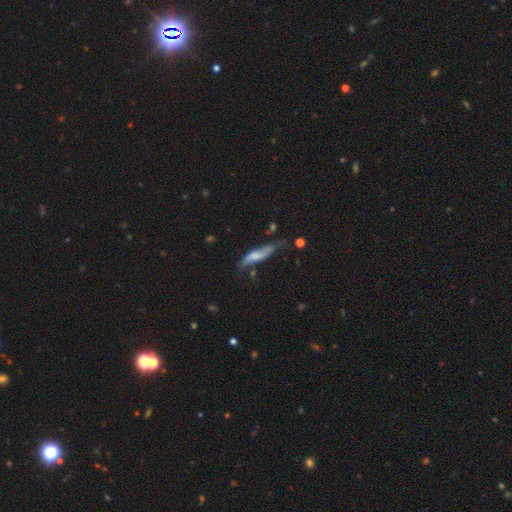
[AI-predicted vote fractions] The model was most divided on "merging": none: 44%, minor disturbance: 33%, major disturbance: 16%, merger: 7%. More confident: how rounded — cigar-shaped (69%); smooth or featured — smooth (58%).